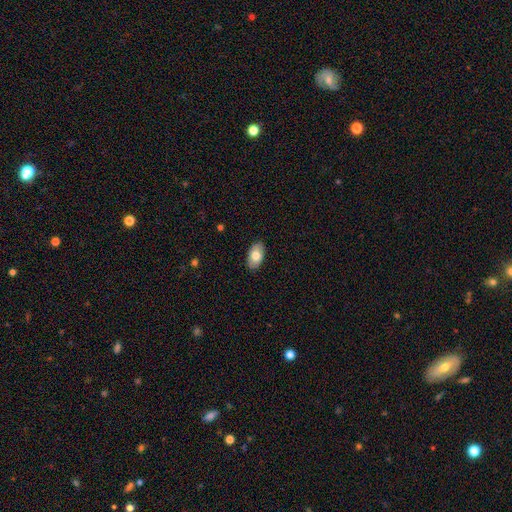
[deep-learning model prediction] A smooth galaxy with no disk features (77%) that is in between round and cigar-shaped (94%).

Vote fractions:
- Smooth or featured? smooth: 77% / featured or disk: 16% / star or artifact: 6%
- How rounded? in between: 94% / round: 5% / cigar-shaped: 2%
- Merging? none: 87% / minor disturbance: 10% / major disturbance: 2% / merger: 1%